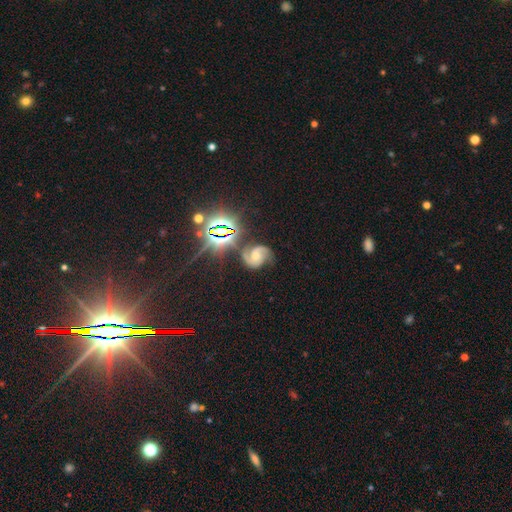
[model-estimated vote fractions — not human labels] featured or disk 79%, star or artifact 13%, smooth 8%. Down the decision tree: edge-on disk — no (98%); bar — no (60%); spiral arms — yes (97%); spiral arm count — 2 (89%); spiral winding — medium (55%); bulge size — moderate (46%); merging — none (69%).